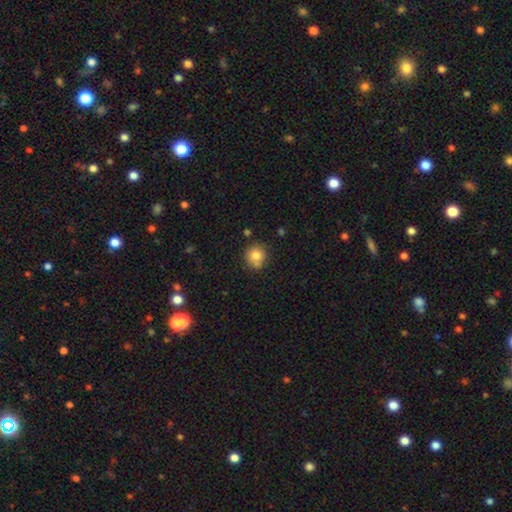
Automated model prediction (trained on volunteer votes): Smooth or featured?
  - smooth: 81% *
  - star or artifact: 10%
  - featured or disk: 9%
How rounded?
  - round: 88% *
  - in between: 11%
  - cigar-shaped: 1%
Merging?
  - none: 69% *
  - minor disturbance: 17%
  - merger: 10%
  - major disturbance: 4%